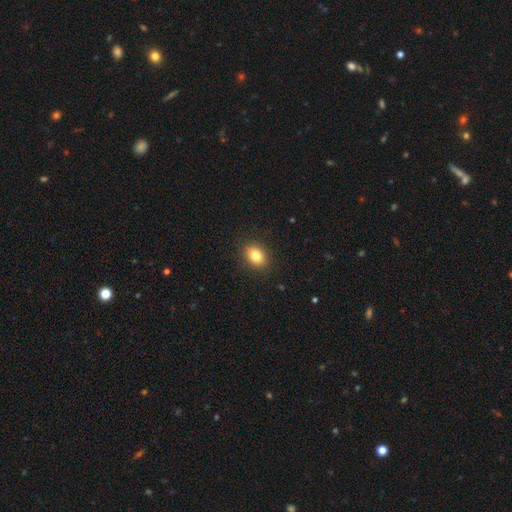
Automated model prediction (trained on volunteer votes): This appears to be a smooth galaxy with no disk features (82%) that is in between round and cigar-shaped (65%). Merging: none (89%).